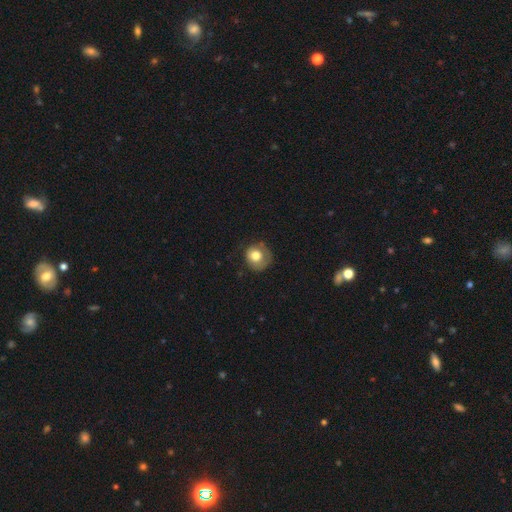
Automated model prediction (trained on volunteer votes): Q: Smooth or featured?
A: smooth (71%); runner-up: featured or disk (21%)
Q: How rounded?
A: round (85%); runner-up: in between (15%)
Q: Merging?
A: none (59%); runner-up: minor disturbance (27%)